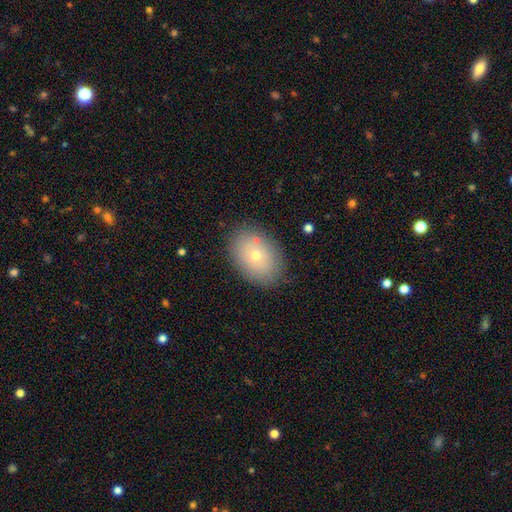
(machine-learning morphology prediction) smooth 68%, featured or disk 22%, star or artifact 10%. Down the decision tree: how rounded — in between (78%); merging — none (84%).